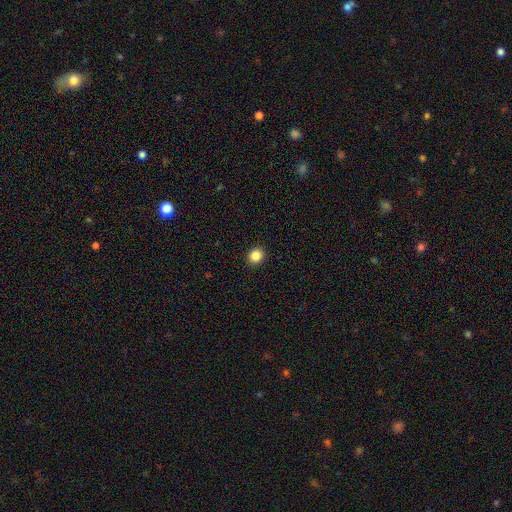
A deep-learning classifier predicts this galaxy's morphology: smooth-or-featured: smooth: 86% | star or artifact: 11% | featured or disk: 4%
  how-rounded: round: 83% | in between: 16% | cigar-shaped: 1%
  merging: none: 93% | minor disturbance: 5% | major disturbance: 2% | merger: 1%